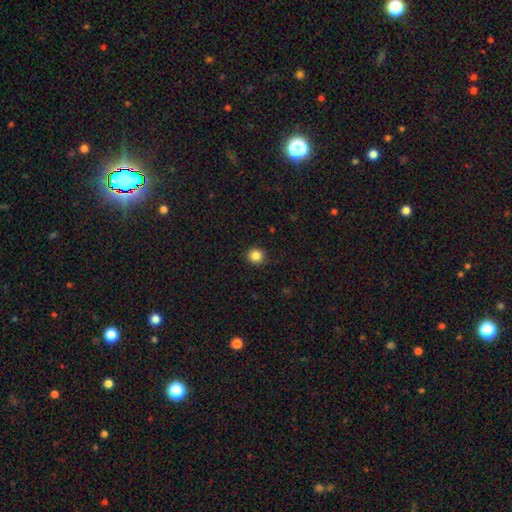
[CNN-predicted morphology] Smooth or featured? smooth (86%)
How rounded? round (92%)
Merging? none (92%)